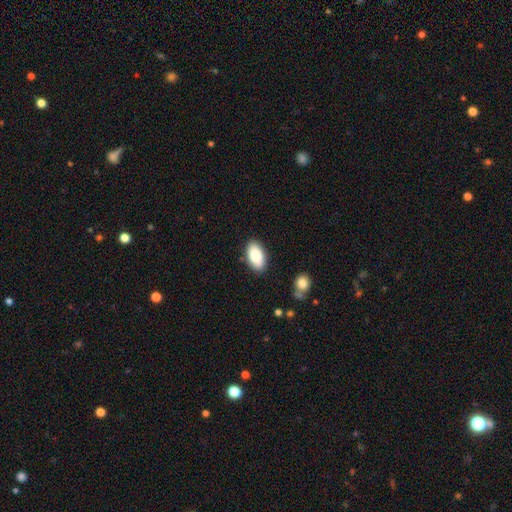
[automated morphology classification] Smooth or featured? smooth (85%)
How rounded? in between (94%)
Merging? none (86%)